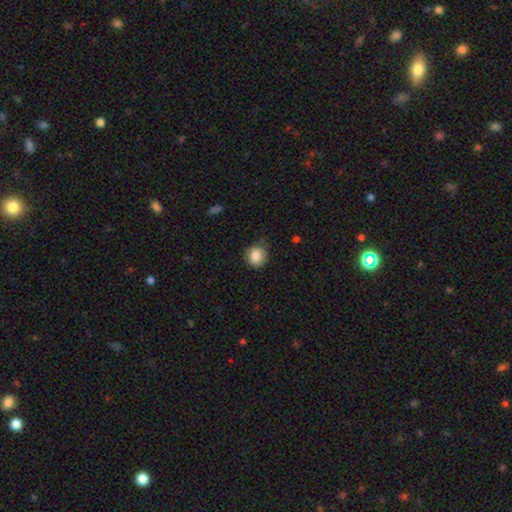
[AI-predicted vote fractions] smooth_or_featured: smooth (p=0.85) [alt: star or artifact p=0.09]
how_rounded: round (p=0.85) [alt: in between p=0.14]
merging: none (p=0.78) [alt: minor disturbance p=0.18]